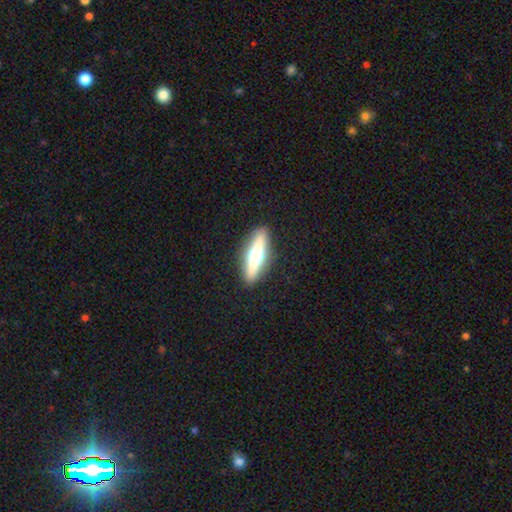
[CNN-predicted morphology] A featured or disk galaxy (55%) viewed edge-on (91%) with a rounded central bulge (94%).

Vote fractions:
- Smooth or featured? featured or disk: 55% / smooth: 38% / star or artifact: 6%
- Edge-on disk? yes: 91% / no: 9%
- Edge-on bulge? rounded: 94% / boxy: 3% / none: 3%
- Merging? none: 90% / minor disturbance: 7% / major disturbance: 2% / merger: 1%